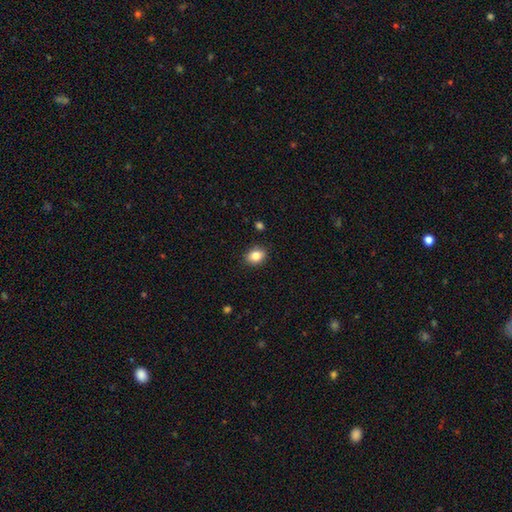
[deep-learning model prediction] A smooth galaxy with no disk features (84%) that is in between round and cigar-shaped (61%).

Vote fractions:
- Smooth or featured? smooth: 84% / star or artifact: 9% / featured or disk: 6%
- How rounded? in between: 61% / round: 38% / cigar-shaped: 1%
- Merging? none: 88% / minor disturbance: 9% / major disturbance: 2% / merger: 1%